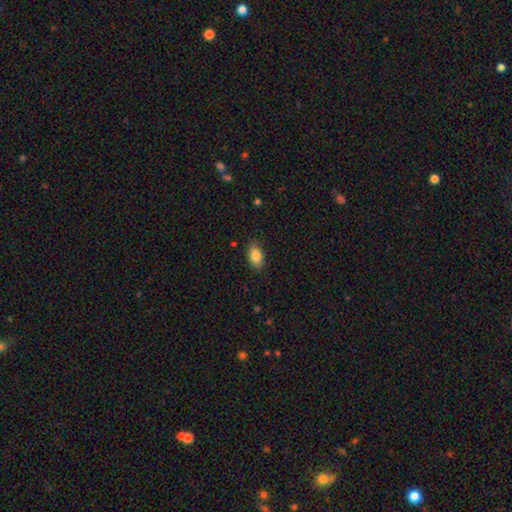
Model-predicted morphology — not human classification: Smooth or featured? smooth (83%)
How rounded? in between (90%)
Merging? none (86%)